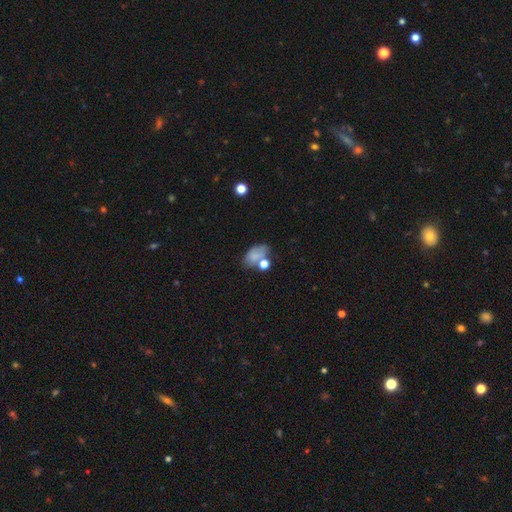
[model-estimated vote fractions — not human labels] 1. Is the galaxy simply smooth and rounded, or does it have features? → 70% smooth, 17% featured or disk, 13% star or artifact.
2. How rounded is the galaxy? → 82% in between, 16% round, 2% cigar-shaped.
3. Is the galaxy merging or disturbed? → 40% none, 25% merger, 22% minor disturbance, 13% major disturbance.